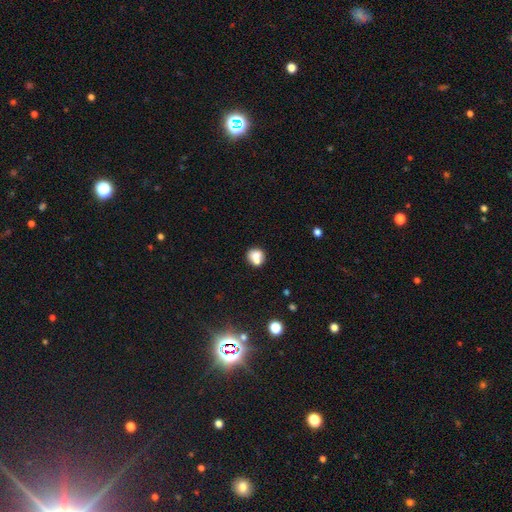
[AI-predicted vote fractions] A smooth galaxy with no disk features (76%) that is round (75%). Merging: none (47%).